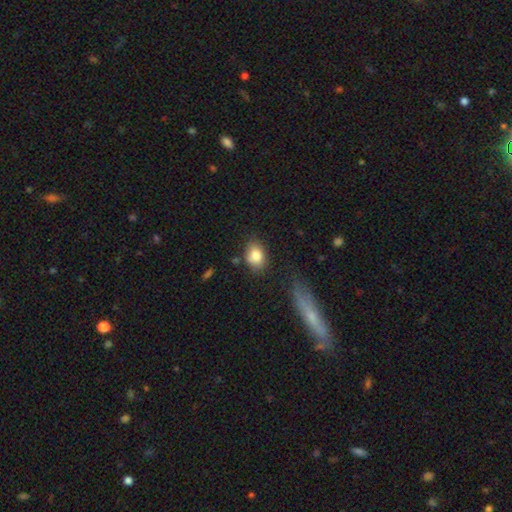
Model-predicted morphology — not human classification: smooth 81%, featured or disk 10%, star or artifact 9%. Down the decision tree: how rounded — in between (66%); merging — none (71%).